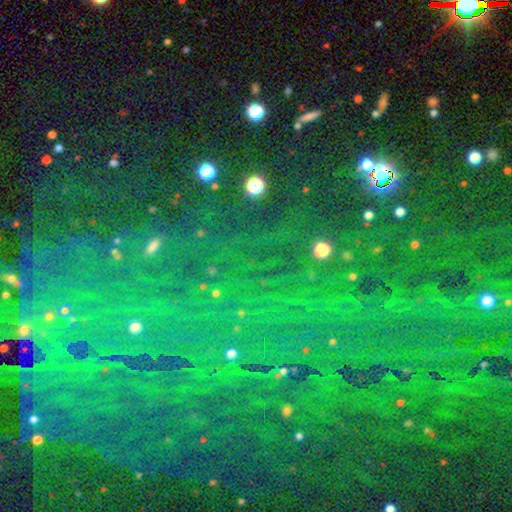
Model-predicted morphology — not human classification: This is likely a star or artifact rather than a galaxy (78%).